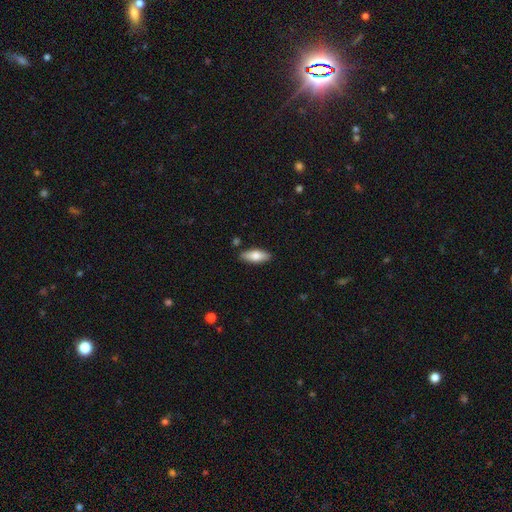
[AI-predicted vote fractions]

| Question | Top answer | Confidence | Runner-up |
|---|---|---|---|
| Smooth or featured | smooth | 74% | featured or disk (20%) |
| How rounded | in between | 72% | cigar-shaped (25%) |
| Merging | none | 86% | minor disturbance (10%) |